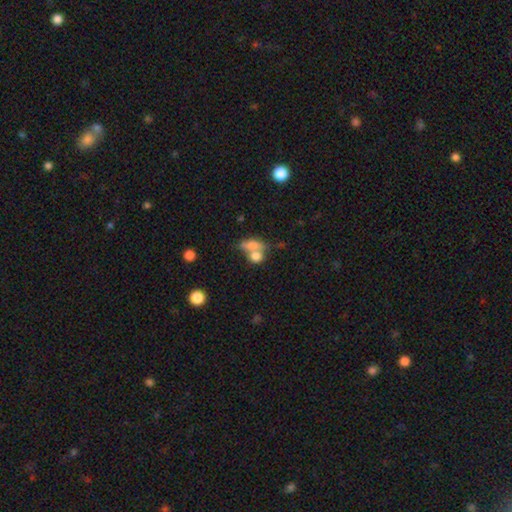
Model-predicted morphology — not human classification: Overall: smooth (76%). How rounded: in between (61%; round 32%). Merging: merger (56%; none 29%).